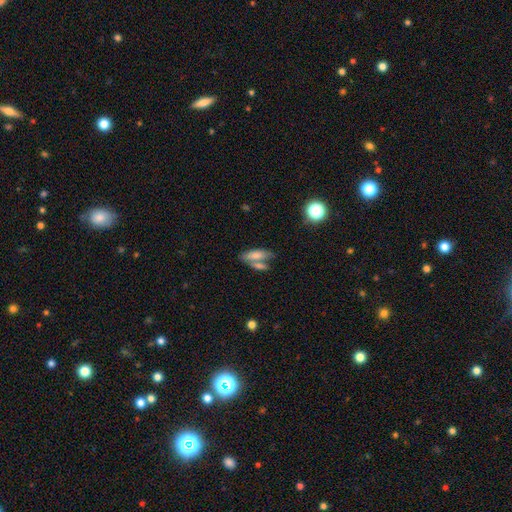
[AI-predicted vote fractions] smooth_or_featured: smooth (p=0.73) [alt: featured or disk p=0.19]
how_rounded: in between (p=0.64) [alt: cigar-shaped p=0.33]
merging: merger (p=0.43) [alt: none p=0.40]